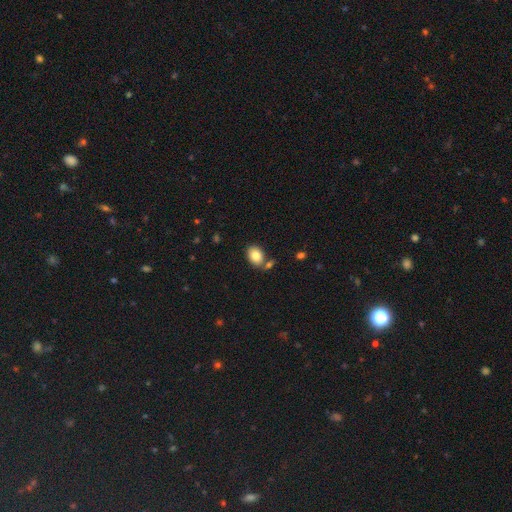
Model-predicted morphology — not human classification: smooth 83%, featured or disk 9%, star or artifact 8%. Down the decision tree: how rounded — in between (72%); merging — none (70%).